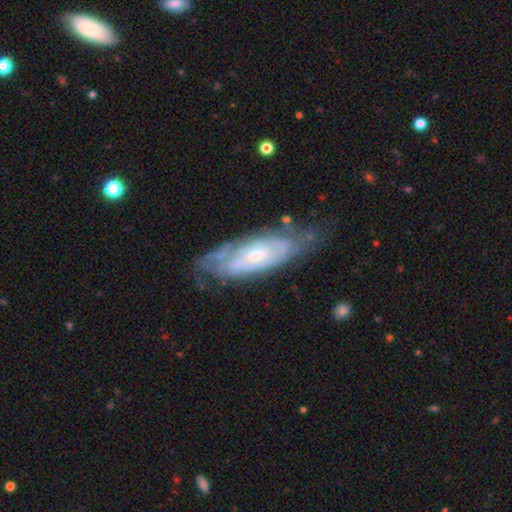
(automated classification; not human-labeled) Smooth or featured?
  - featured or disk: 76% *
  - smooth: 18%
  - star or artifact: 6%
Edge-on disk?
  - no: 84% *
  - yes: 16%
Bar?
  - no: 66% *
  - weak: 28%
  - strong: 6%
Spiral arms?
  - yes: 80% *
  - no: 20%
Spiral winding?
  - tight: 67% *
  - medium: 25%
  - loose: 8%
Spiral arm count?
  - can't tell: 64% *
  - 2: 21%
  - 3: 6%
  - 4: 4%
  - 1: 3%
  - more than 4: 3%
Bulge size?
  - small: 53% *
  - moderate: 41%
  - large: 3%
  - none: 2%
  - dominant: 1%
Merging?
  - none: 58% *
  - minor disturbance: 27%
  - major disturbance: 12%
  - merger: 3%